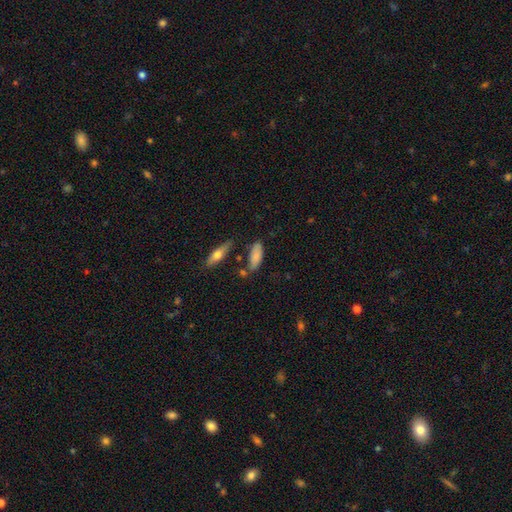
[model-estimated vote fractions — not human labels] Smooth or featured: smooth — 78% (featured or disk — 15%)
How rounded: in between — 73% (cigar-shaped — 25%)
Merging: none — 65% (minor disturbance — 20%)